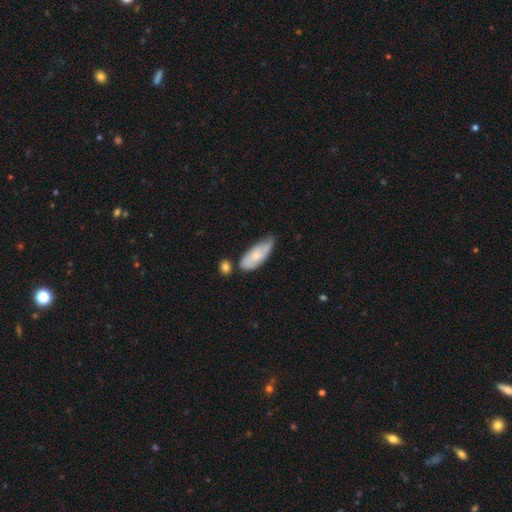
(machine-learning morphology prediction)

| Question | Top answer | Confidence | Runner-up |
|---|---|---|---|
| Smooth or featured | smooth | 65% | featured or disk (29%) |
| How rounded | in between | 77% | cigar-shaped (21%) |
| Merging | none | 44% | minor disturbance (38%) |